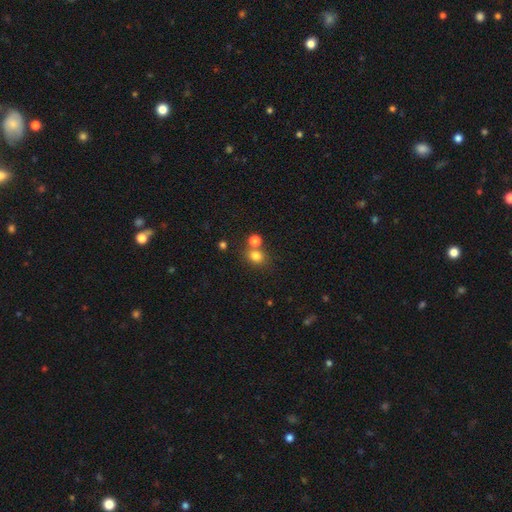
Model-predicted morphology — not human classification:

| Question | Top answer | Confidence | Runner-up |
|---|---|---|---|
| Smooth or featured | smooth | 79% | star or artifact (14%) |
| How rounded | round | 66% | in between (33%) |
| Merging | none | 60% | merger (26%) |